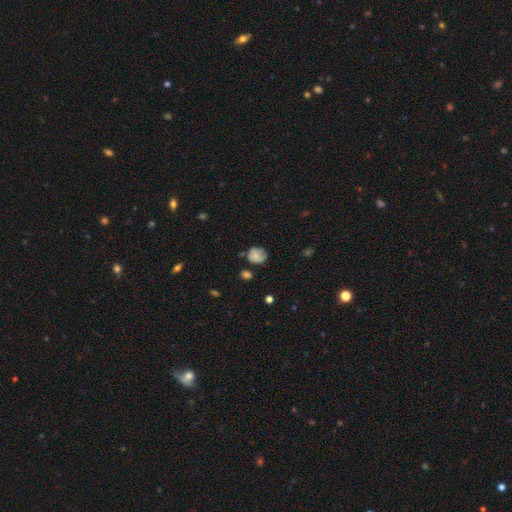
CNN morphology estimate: Q: Smooth or featured?
A: smooth (71%); runner-up: featured or disk (19%)
Q: How rounded?
A: round (68%); runner-up: in between (32%)
Q: Merging?
A: none (57%); runner-up: minor disturbance (31%)